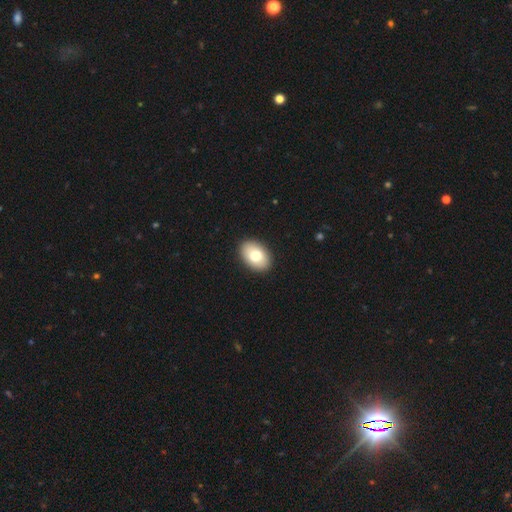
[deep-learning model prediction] Q: Smooth or featured?
A: smooth (78%); runner-up: featured or disk (15%)
Q: How rounded?
A: in between (88%); runner-up: round (11%)
Q: Merging?
A: none (91%); runner-up: minor disturbance (6%)